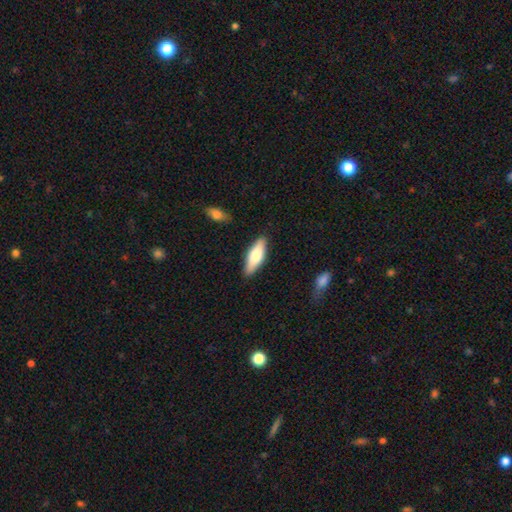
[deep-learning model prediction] smooth_or_featured: smooth (p=0.68) [alt: featured or disk p=0.26]
how_rounded: in between (p=0.59) [alt: cigar-shaped p=0.39]
merging: none (p=0.86) [alt: minor disturbance p=0.10]